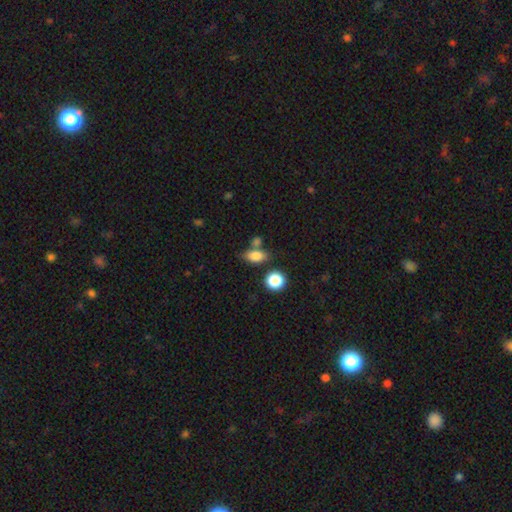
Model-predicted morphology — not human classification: This is clearly a smooth galaxy (82%). How rounded: clearly in between (80%). Merging: likely none (63%).